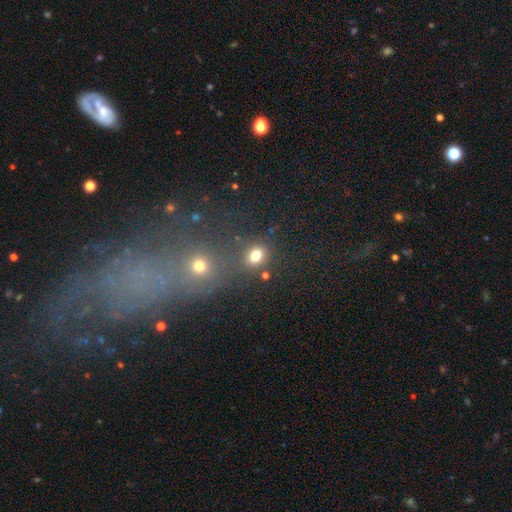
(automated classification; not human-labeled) This is likely a smooth galaxy (76%). How rounded: possibly round (52%). Merging: likely none (65%).